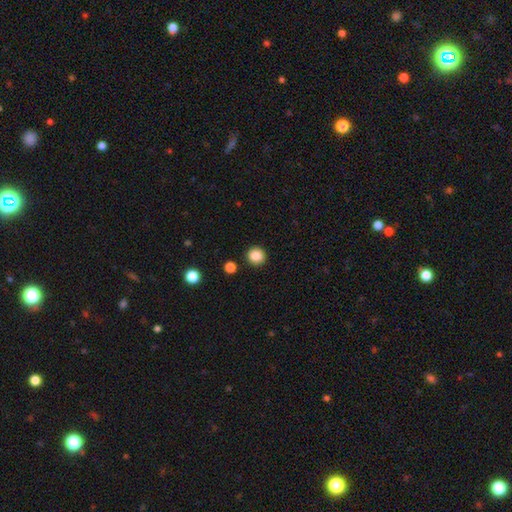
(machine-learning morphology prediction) This is clearly a smooth galaxy (86%). How rounded: clearly round (93%). Merging: clearly none (91%).